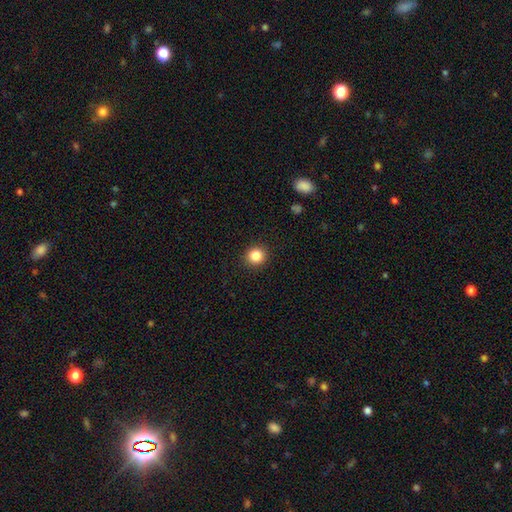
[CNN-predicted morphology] Overall: smooth (85%). How rounded: round (91%). Merging: none (92%).